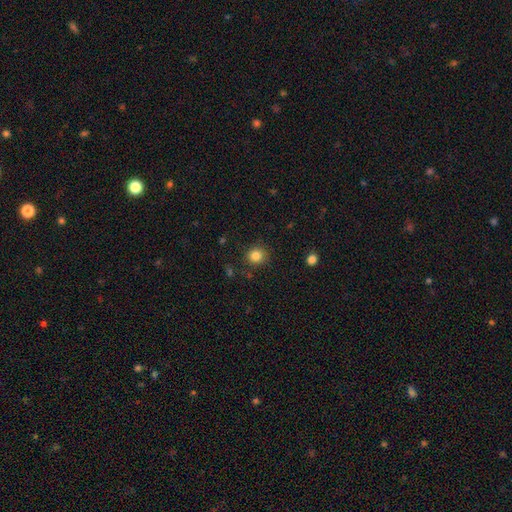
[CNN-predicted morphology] Smooth or featured: smooth — 84% (star or artifact — 12%)
How rounded: round — 90% (in between — 9%)
Merging: none — 87% (minor disturbance — 8%)